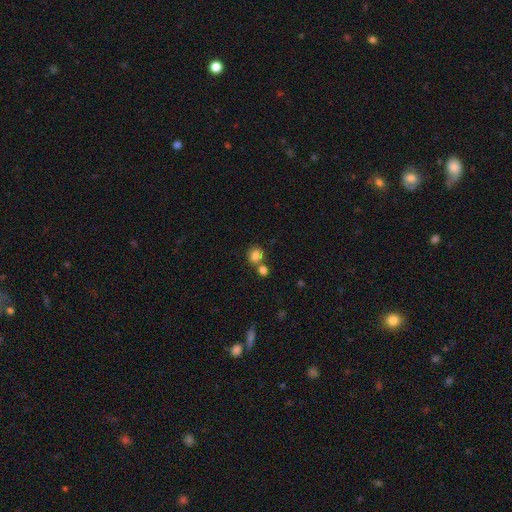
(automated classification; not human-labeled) Morphology: type=smooth (82%); roundness=round (77%); merging=none (54%).